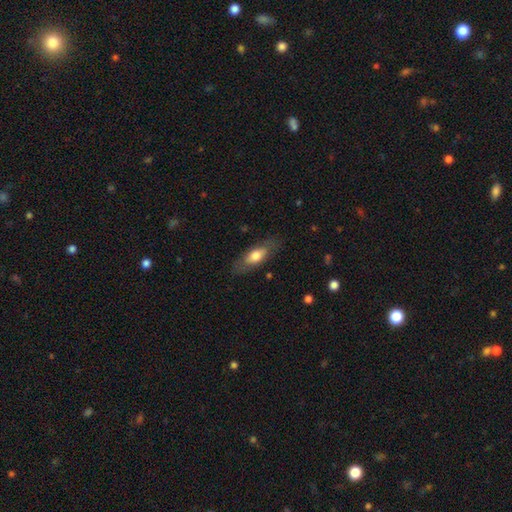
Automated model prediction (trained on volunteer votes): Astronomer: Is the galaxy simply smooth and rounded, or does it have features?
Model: smooth — 62%.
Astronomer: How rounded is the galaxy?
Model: in between — 68%.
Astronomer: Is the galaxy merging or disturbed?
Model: none — 81%.